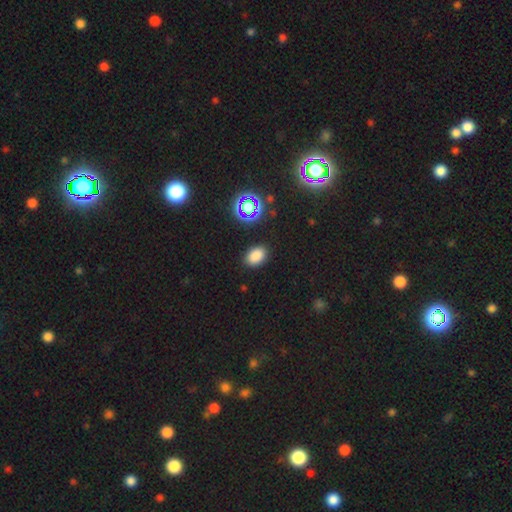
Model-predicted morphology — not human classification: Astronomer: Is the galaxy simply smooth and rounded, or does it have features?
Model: smooth — 79%.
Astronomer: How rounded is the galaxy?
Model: in between — 80%.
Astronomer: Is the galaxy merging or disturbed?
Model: none — 87%.